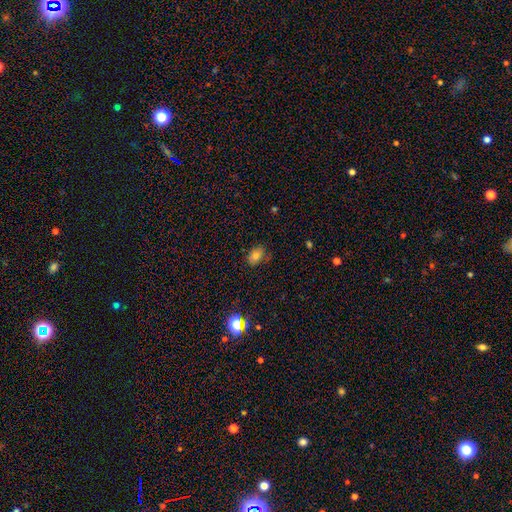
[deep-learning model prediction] A smooth galaxy with no disk features (78%) that is in between round and cigar-shaped (76%).

Vote fractions:
- Smooth or featured? smooth: 78% / star or artifact: 14% / featured or disk: 8%
- How rounded? in between: 76% / round: 23% / cigar-shaped: 1%
- Merging? none: 73% / minor disturbance: 20% / major disturbance: 5% / merger: 3%